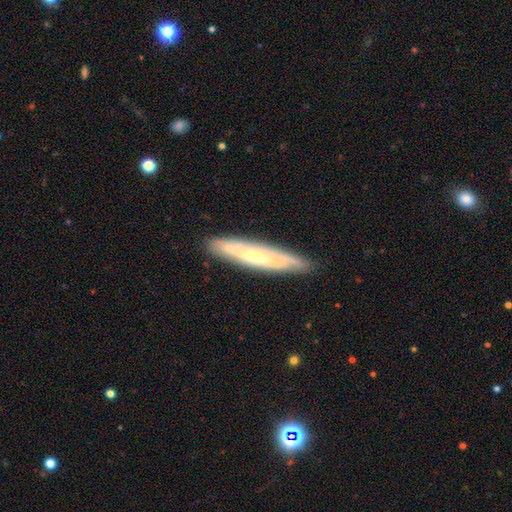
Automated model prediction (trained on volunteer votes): This is likely a featured or disk galaxy (60%). It is likely viewed edge-on (61%). Merging: clearly none (82%).